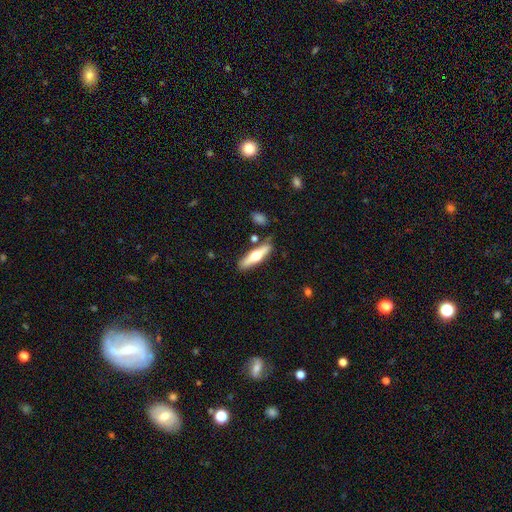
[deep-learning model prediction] smooth-or-featured: featured or disk: 50% | smooth: 44% | star or artifact: 5%
  disk-edge-on: yes: 91% | no: 9%
  merging: none: 82% | minor disturbance: 11% | merger: 5% | major disturbance: 3%